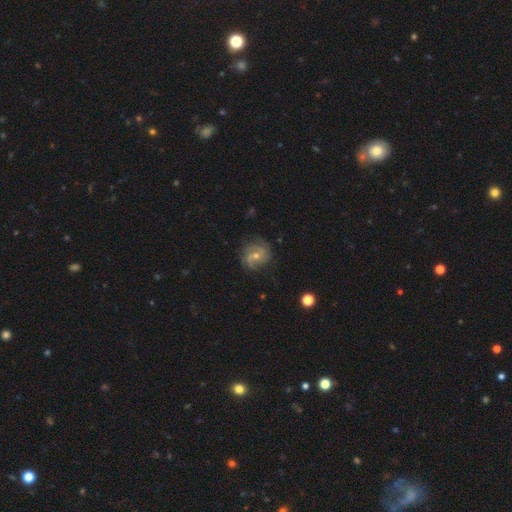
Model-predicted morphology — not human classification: type=featured or disk (77%); edge-on=no (97%); bar=no (57%); spiral arms=yes (94%); winding=tight (44%); arm count=2 (35%); bulge=small (48%, tied with moderate); merging=none (76%).